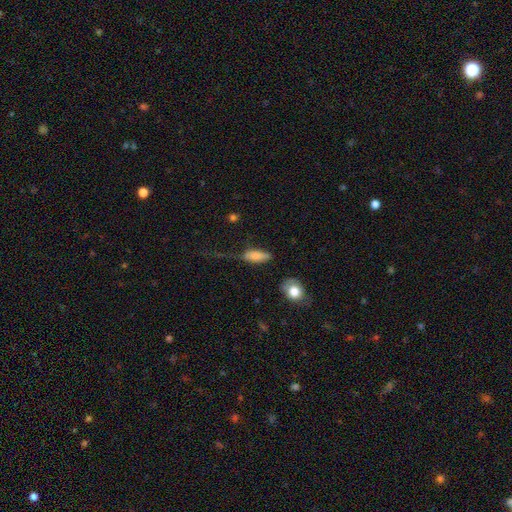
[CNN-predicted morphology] smooth-or-featured: smooth: 77% | featured or disk: 14% | star or artifact: 8%
  how-rounded: in between: 69% | cigar-shaped: 26% | round: 5%
  merging: none: 36% | major disturbance: 29% | minor disturbance: 28% | merger: 7%